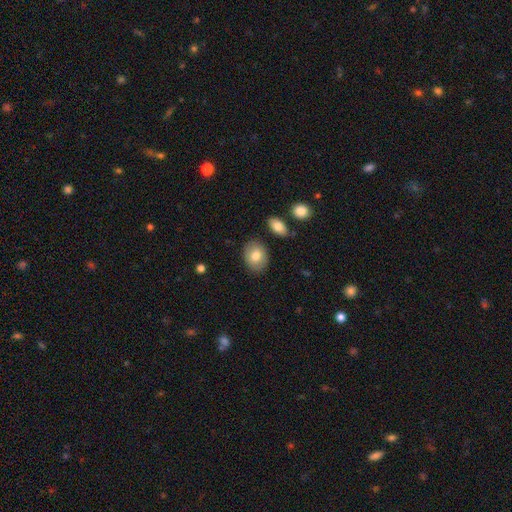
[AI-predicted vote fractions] This appears to be a smooth galaxy with no disk features (77%) that is in between round and cigar-shaped (67%). Merging: none (85%).